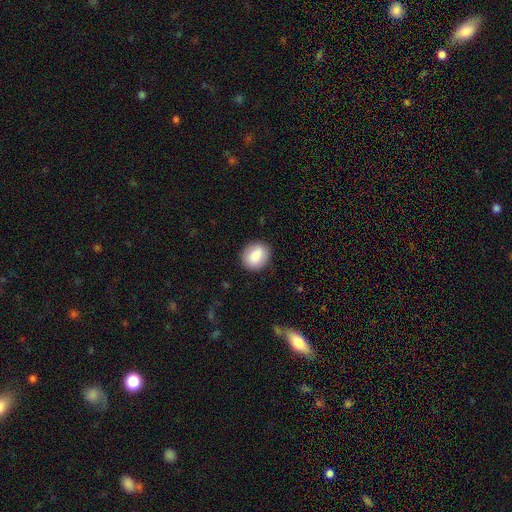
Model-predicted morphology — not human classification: smooth 86%, star or artifact 7%, featured or disk 7%. Down the decision tree: how rounded — round (61%); merging — none (87%).